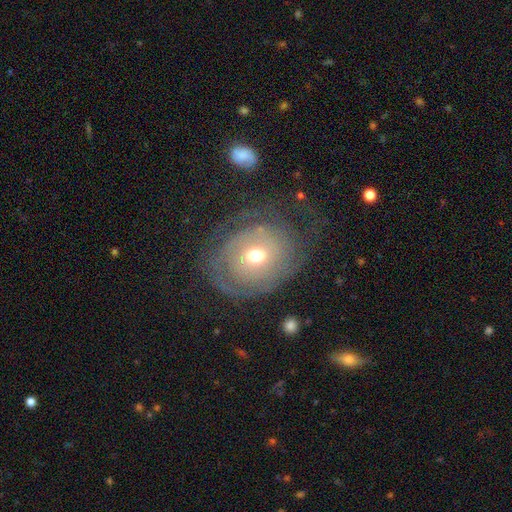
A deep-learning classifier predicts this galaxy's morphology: type=featured or disk (62%); edge-on=no (96%); bar=no (76%); spiral arms=yes (67%); bulge=moderate (63%); merging=none (61%).